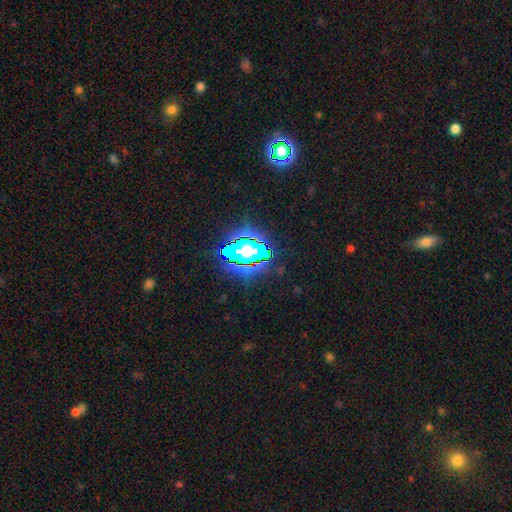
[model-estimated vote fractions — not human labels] This appears to be a star or artifact, not a galaxy (80%).